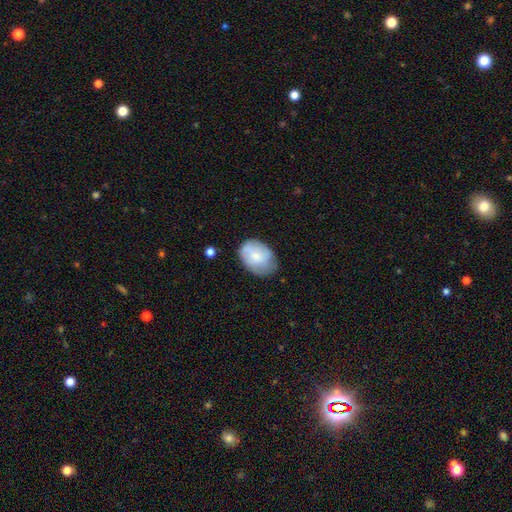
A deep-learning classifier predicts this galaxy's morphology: smooth-or-featured: smooth: 65% | featured or disk: 28% | star or artifact: 7%
  how-rounded: in between: 74% | round: 25% | cigar-shaped: 1%
  merging: none: 62% | minor disturbance: 29% | major disturbance: 8% | merger: 2%